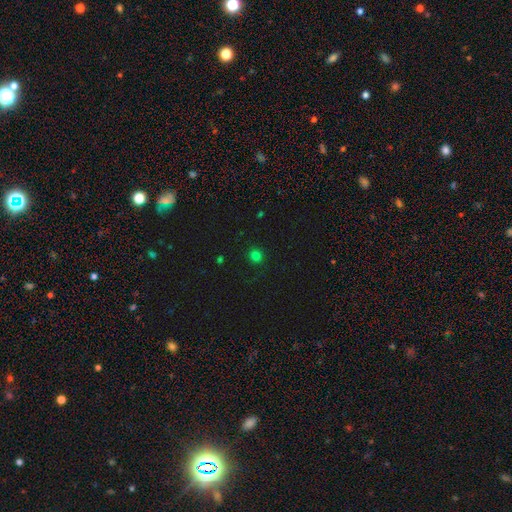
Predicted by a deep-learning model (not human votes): smooth 79%, star or artifact 17%, featured or disk 4%. Down the decision tree: how rounded — round (91%); merging — none (90%).